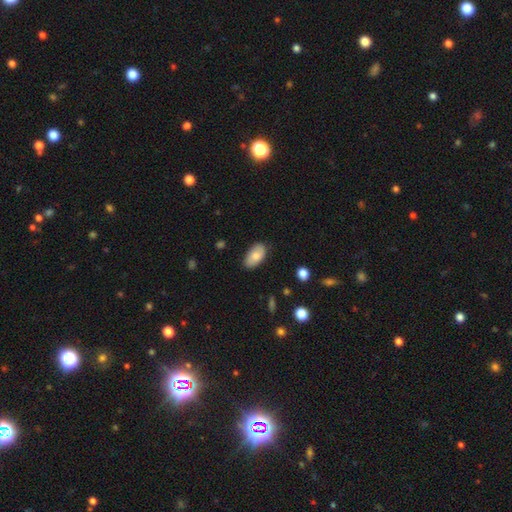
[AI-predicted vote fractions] A smooth galaxy with no disk features (76%) that is in between round and cigar-shaped (94%). Merging: none (82%).